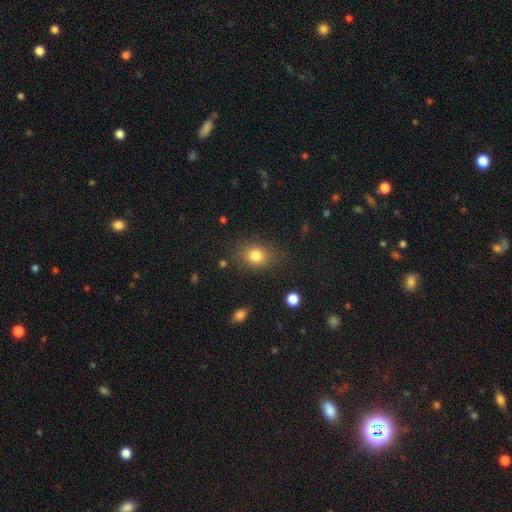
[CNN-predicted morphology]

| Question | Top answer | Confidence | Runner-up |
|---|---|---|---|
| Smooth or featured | smooth | 81% | star or artifact (11%) |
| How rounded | in between | 54% | round (45%) |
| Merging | none | 80% | minor disturbance (13%) |